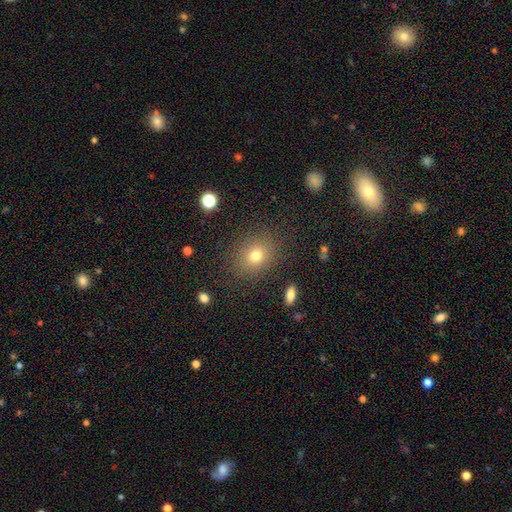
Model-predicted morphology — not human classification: Smooth or featured? smooth (75%)
How rounded? round (57%)
Merging? none (85%)